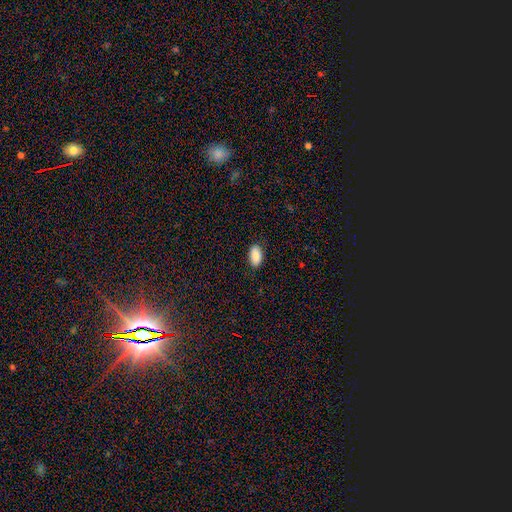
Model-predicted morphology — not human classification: Smooth or featured: smooth — 89% (star or artifact — 7%)
How rounded: in between — 94% (round — 3%)
Merging: none — 86% (minor disturbance — 10%)